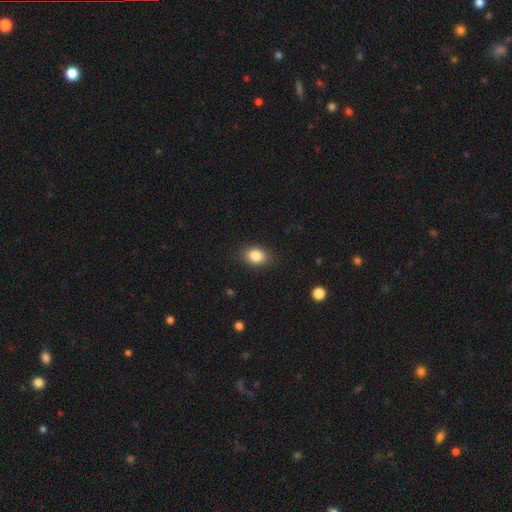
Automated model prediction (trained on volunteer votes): Smooth or featured?
  - smooth: 85% *
  - star or artifact: 9%
  - featured or disk: 6%
How rounded?
  - in between: 74% *
  - round: 24%
  - cigar-shaped: 1%
Merging?
  - none: 86% *
  - minor disturbance: 10%
  - major disturbance: 3%
  - merger: 1%